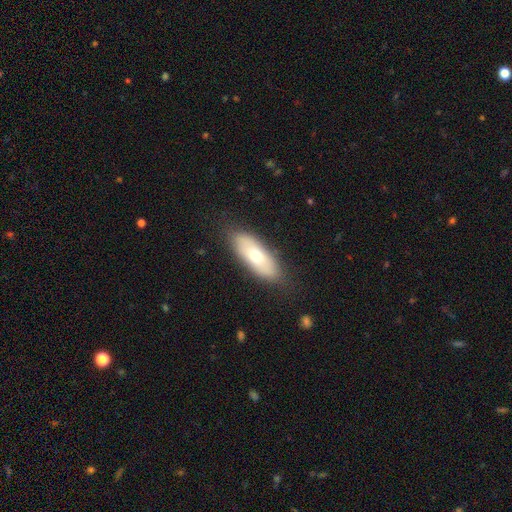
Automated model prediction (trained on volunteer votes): The model was most divided on "smooth or featured": smooth: 64%, featured or disk: 30%, star or artifact: 6%. More confident: merging — none (82%); how rounded — in between (74%).